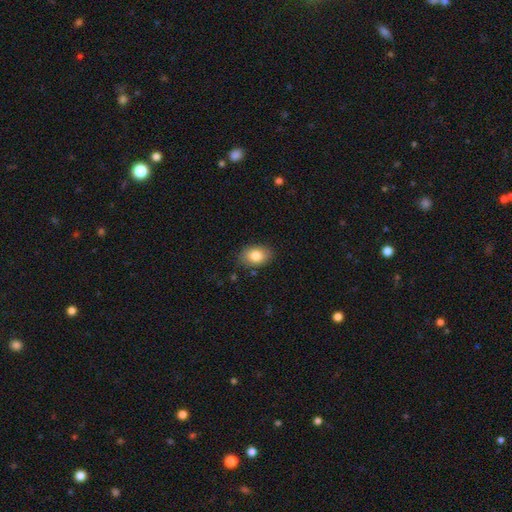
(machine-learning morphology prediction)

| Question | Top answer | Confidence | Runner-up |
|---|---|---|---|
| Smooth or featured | smooth | 84% | featured or disk (9%) |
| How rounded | in between | 83% | round (16%) |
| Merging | none | 84% | minor disturbance (12%) |